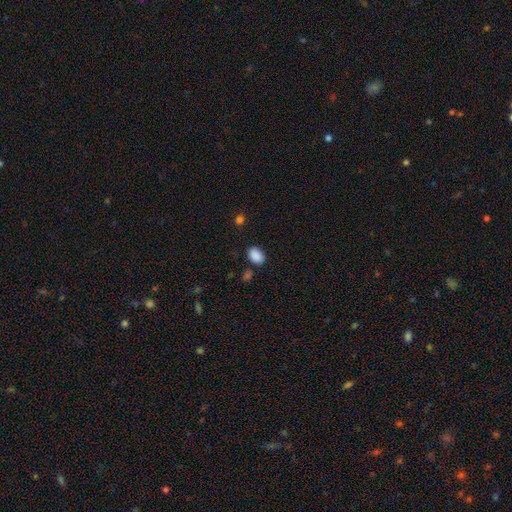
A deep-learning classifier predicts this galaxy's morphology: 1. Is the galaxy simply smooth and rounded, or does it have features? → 88% smooth, 9% star or artifact, 3% featured or disk.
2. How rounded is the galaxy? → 77% in between, 22% round, 1% cigar-shaped.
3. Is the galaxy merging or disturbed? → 79% none, 14% minor disturbance, 4% merger, 3% major disturbance.